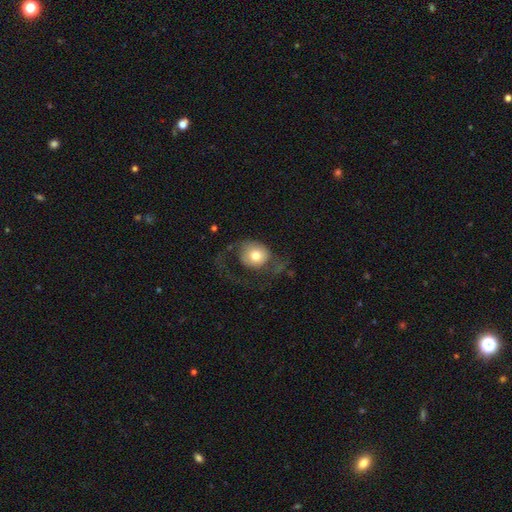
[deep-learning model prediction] This appears to be a smooth galaxy with no disk features (66%) that is round (75%). Merging: major disturbance (50%).